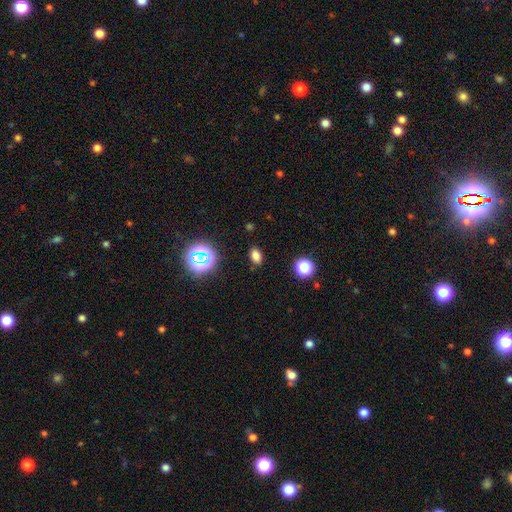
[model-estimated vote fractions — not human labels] Smooth or featured?
  - smooth: 75% *
  - star or artifact: 19%
  - featured or disk: 6%
How rounded?
  - in between: 82% *
  - round: 16%
  - cigar-shaped: 2%
Merging?
  - none: 87% *
  - minor disturbance: 9%
  - major disturbance: 3%
  - merger: 2%